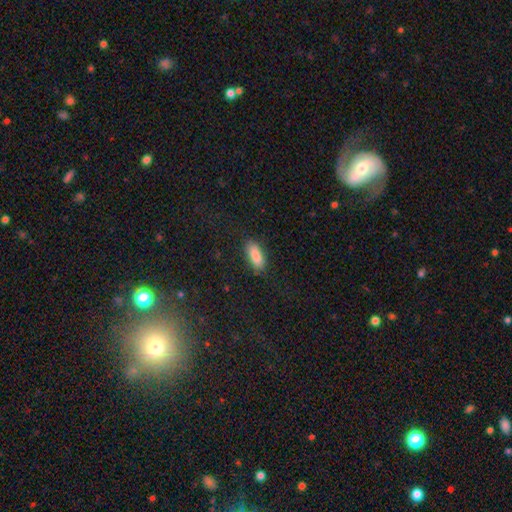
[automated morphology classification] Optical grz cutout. It shows a smooth galaxy with no disk features (87%) that is in between round and cigar-shaped (81%). Merging: none (83%).